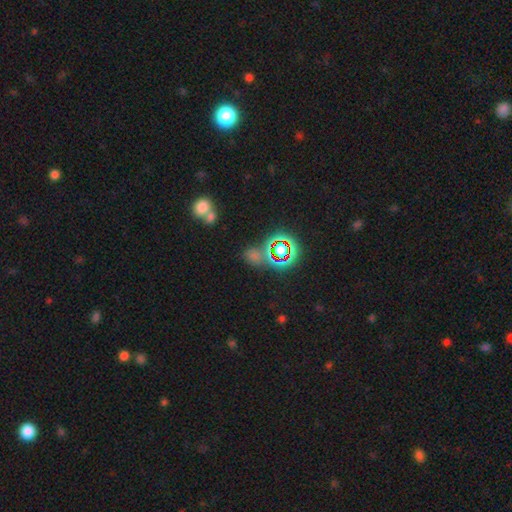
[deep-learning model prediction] This is likely a star or artifact rather than a galaxy (63%).